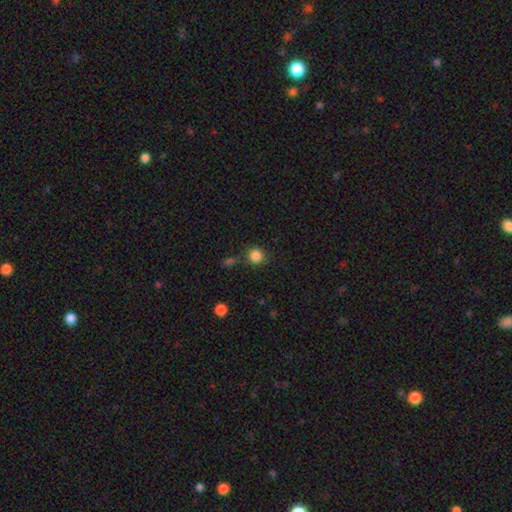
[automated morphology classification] Smooth or featured: smooth — 85% (star or artifact — 11%)
How rounded: round — 90% (in between — 9%)
Merging: none — 79% (minor disturbance — 10%)